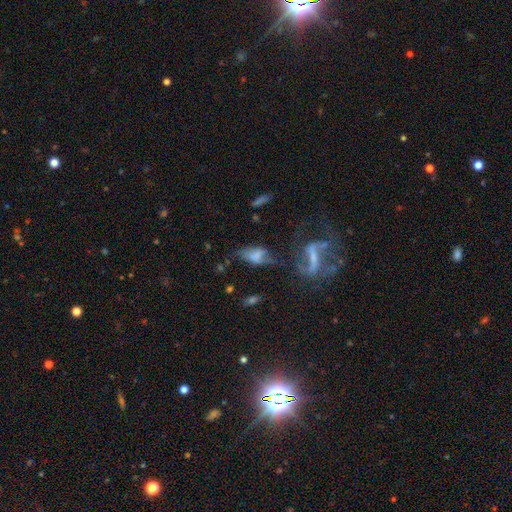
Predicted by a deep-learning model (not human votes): Overall: smooth (46%; featured or disk 41%). Merging: none (33%; major disturbance 29%).